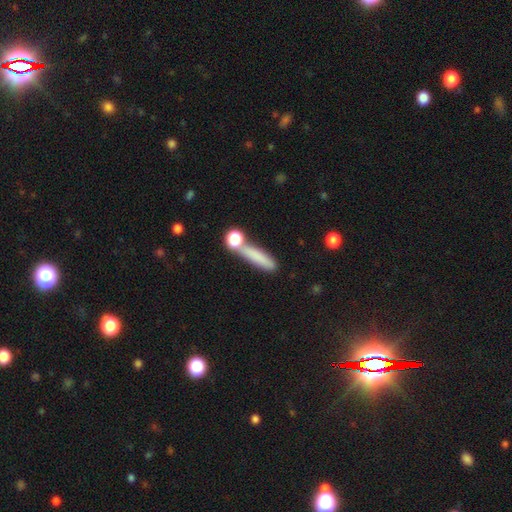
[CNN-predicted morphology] Smooth or featured? smooth (78%)
How rounded? cigar-shaped (76%)
Merging? none (62%)